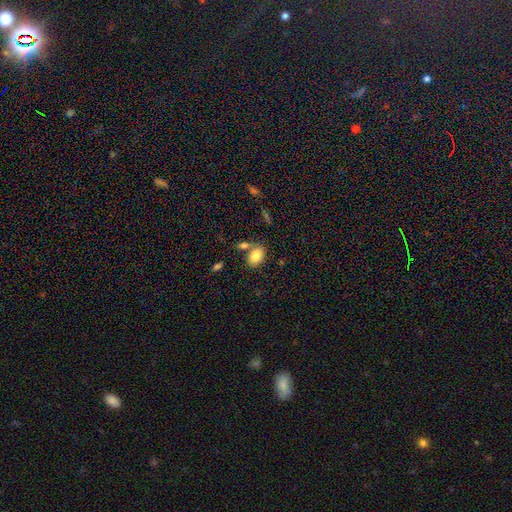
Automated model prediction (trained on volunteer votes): Smooth or featured? smooth (82%)
How rounded? in between (82%)
Merging? none (65%)